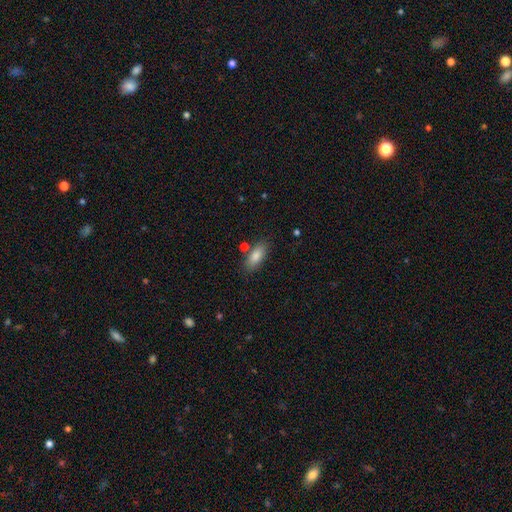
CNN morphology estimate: This appears to be a smooth galaxy with no disk features (83%) that is in between round and cigar-shaped (77%). Merging: none (80%).